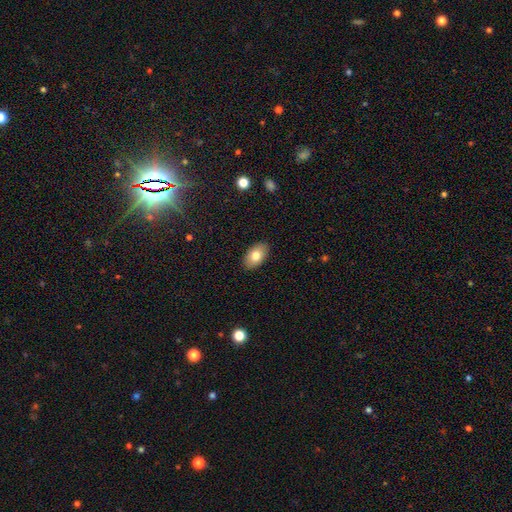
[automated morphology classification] Q: Smooth or featured?
A: smooth (79%); runner-up: featured or disk (14%)
Q: How rounded?
A: in between (92%); runner-up: round (6%)
Q: Merging?
A: none (88%); runner-up: minor disturbance (9%)